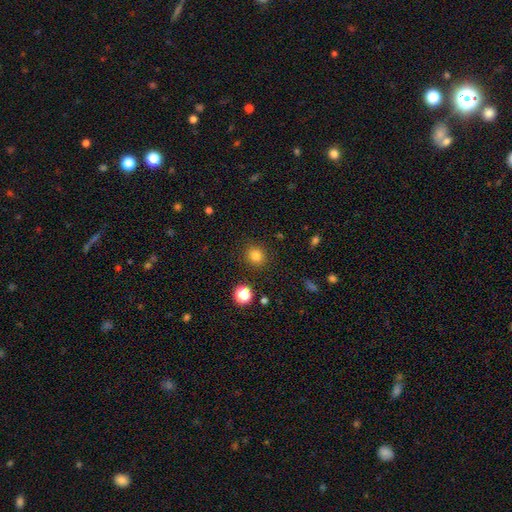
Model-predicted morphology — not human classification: Overall: smooth (81%). How rounded: round (85%). Merging: none (88%).